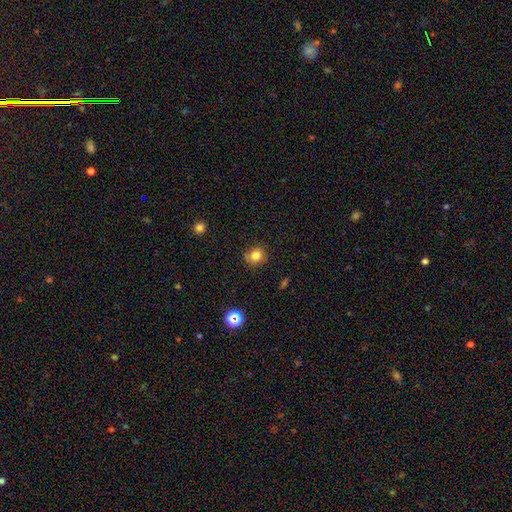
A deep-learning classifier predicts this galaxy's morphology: Q: Smooth or featured?
A: smooth (78%); runner-up: star or artifact (13%)
Q: How rounded?
A: round (81%); runner-up: in between (18%)
Q: Merging?
A: none (79%); runner-up: minor disturbance (15%)